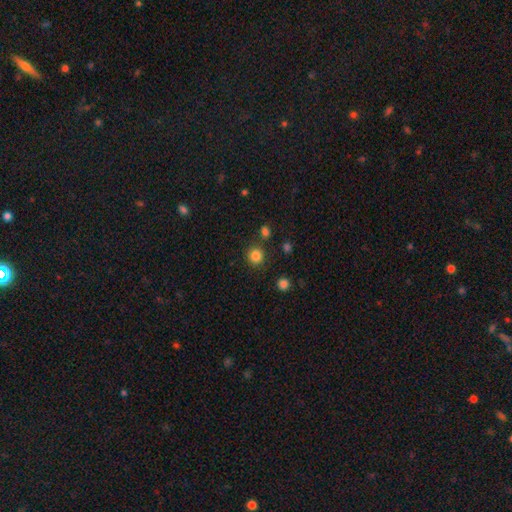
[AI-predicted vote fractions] A smooth galaxy with no disk features (84%) that is round (93%). Merging: none (86%).